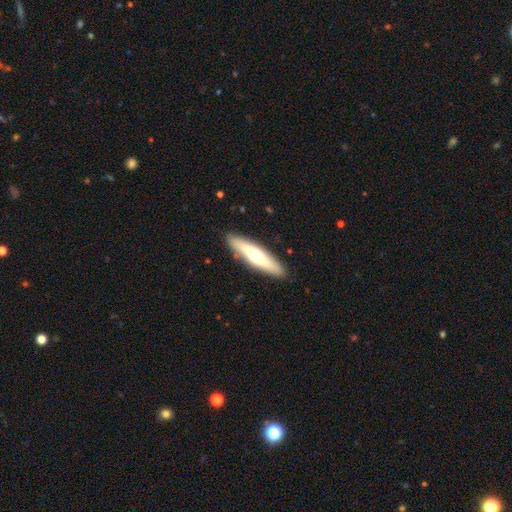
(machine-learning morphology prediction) A smooth galaxy with no disk features (54%) that is cigar-shaped (77%).

Vote fractions:
- Smooth or featured? smooth: 54% / featured or disk: 40% / star or artifact: 5%
- How rounded? cigar-shaped: 77% / in between: 21% / round: 2%
- Merging? none: 87% / minor disturbance: 9% / major disturbance: 2% / merger: 2%